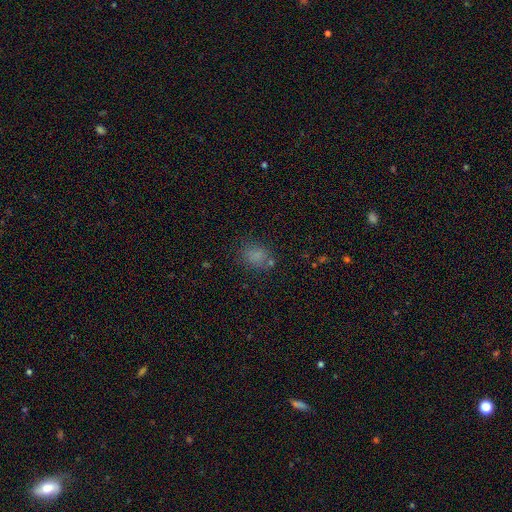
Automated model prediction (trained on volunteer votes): smooth-or-featured: smooth: 77% | star or artifact: 16% | featured or disk: 7%
  how-rounded: in between: 51% | round: 48% | cigar-shaped: 1%
  merging: none: 71% | minor disturbance: 16% | merger: 7% | major disturbance: 6%